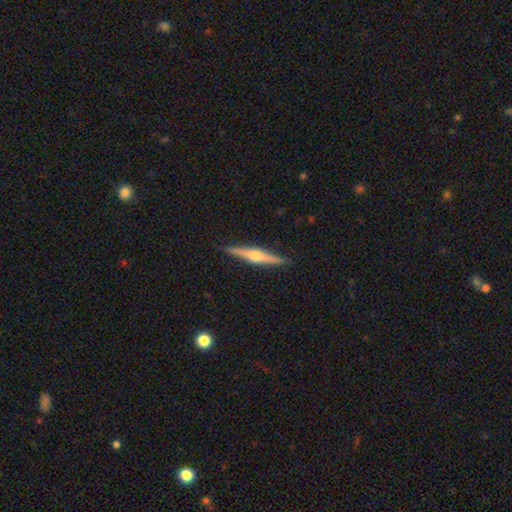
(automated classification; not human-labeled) smooth-or-featured: featured or disk: 72% | smooth: 23% | star or artifact: 6%
  disk-edge-on: yes: 98% | no: 2%
    edge-on-bulge: rounded: 88% | boxy: 7% | none: 5%
  merging: none: 90% | minor disturbance: 7% | major disturbance: 1% | merger: 1%